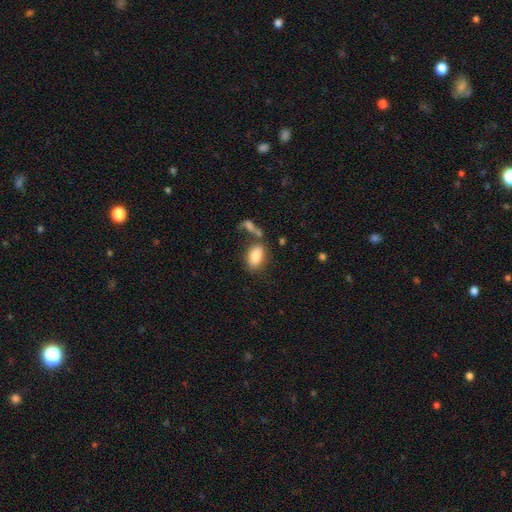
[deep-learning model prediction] Smooth or featured: smooth — 85% (featured or disk — 8%)
How rounded: in between — 91% (round — 5%)
Merging: none — 59% (merger — 19%)